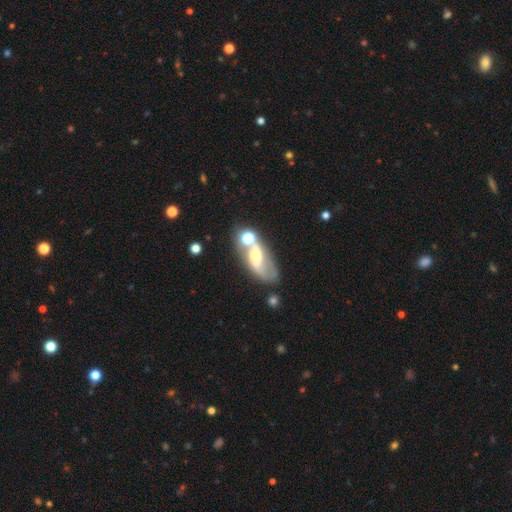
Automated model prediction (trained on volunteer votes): Morphology: type=featured or disk (56%); edge-on=no (89%); merging=none (43%).